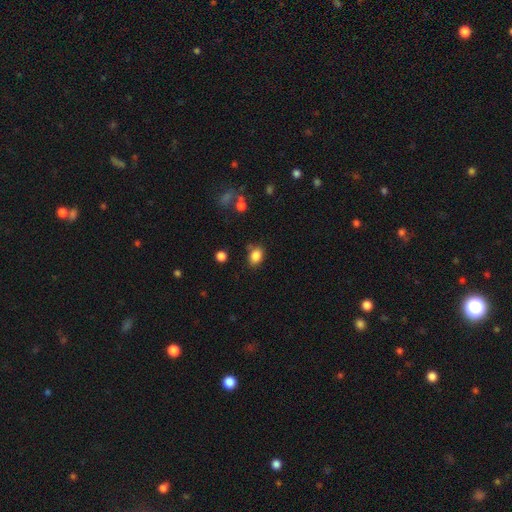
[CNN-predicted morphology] smooth-or-featured: smooth: 85% | star or artifact: 10% | featured or disk: 5%
  how-rounded: in between: 72% | round: 27% | cigar-shaped: 1%
  merging: none: 74% | minor disturbance: 17% | merger: 5% | major disturbance: 4%